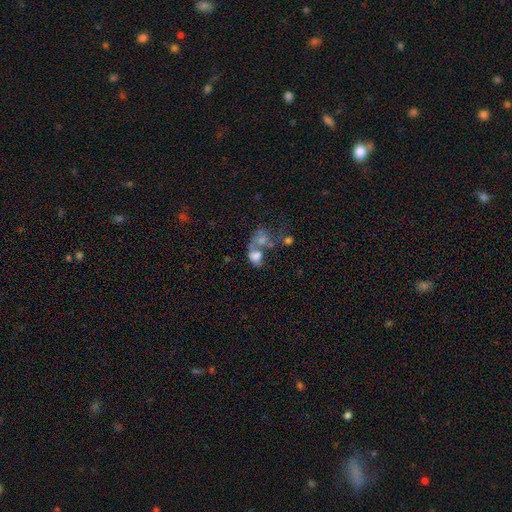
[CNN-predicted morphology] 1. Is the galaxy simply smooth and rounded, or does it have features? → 56% smooth, 31% featured or disk, 13% star or artifact.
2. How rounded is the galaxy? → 68% in between, 30% round, 2% cigar-shaped.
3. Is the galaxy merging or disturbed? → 63% merger, 16% major disturbance, 13% none, 7% minor disturbance.